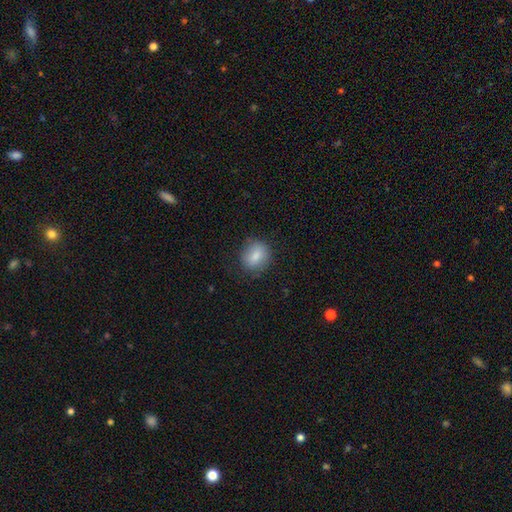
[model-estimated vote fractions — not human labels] Smooth or featured? Predicted: smooth (p=0.82). How rounded? Predicted: round (p=0.61). Merging? Predicted: none (p=0.79).